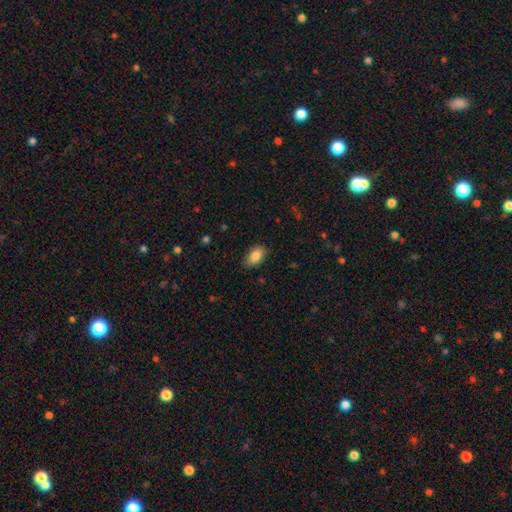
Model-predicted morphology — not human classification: Smooth or featured?
  - smooth: 87% *
  - star or artifact: 7%
  - featured or disk: 6%
How rounded?
  - in between: 92% *
  - round: 6%
  - cigar-shaped: 2%
Merging?
  - none: 84% *
  - minor disturbance: 12%
  - major disturbance: 3%
  - merger: 1%